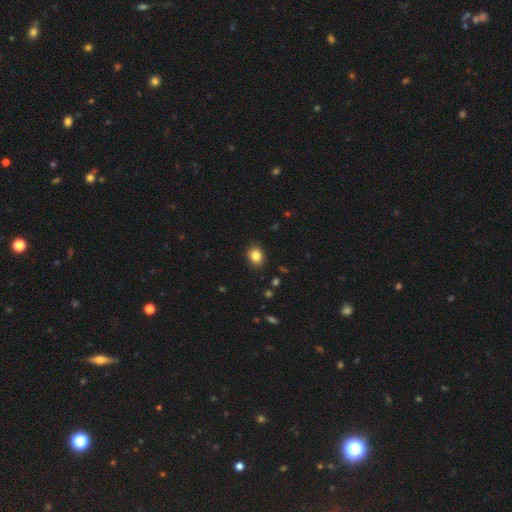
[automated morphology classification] This appears to be a smooth galaxy with no disk features (85%) that is round (50%). Merging: none (88%).